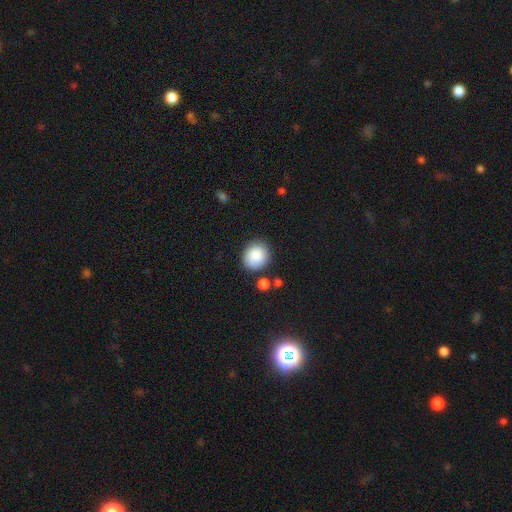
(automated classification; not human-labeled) This appears to be a smooth galaxy with no disk features (86%) that is round (78%). Merging: none (79%).